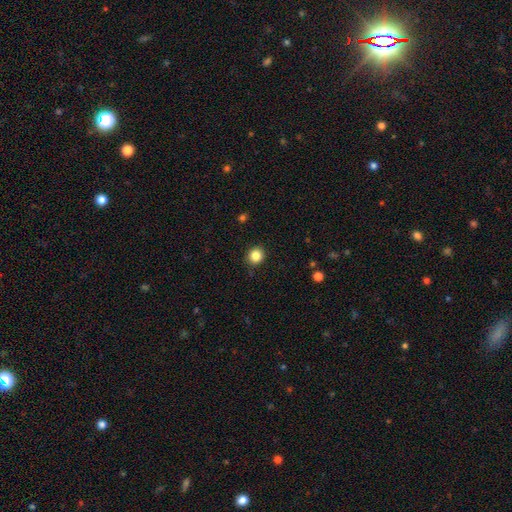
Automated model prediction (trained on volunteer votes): Morphology: type=smooth (85%); roundness=round (87%); merging=none (90%).